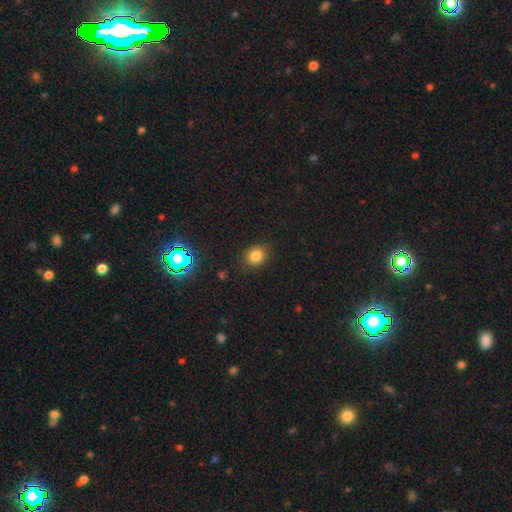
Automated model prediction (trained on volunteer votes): This appears to be a smooth galaxy with no disk features (80%) that is round (71%). Merging: none (86%).